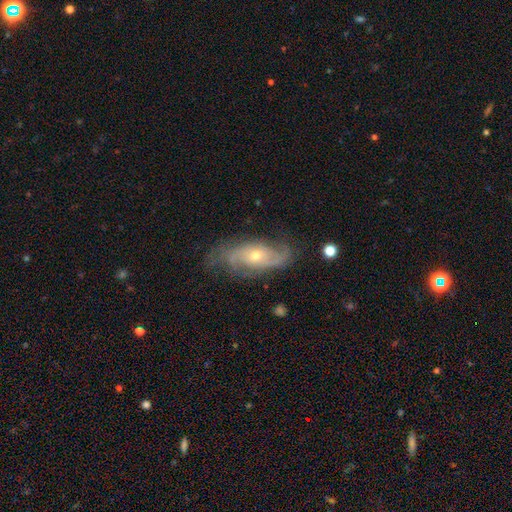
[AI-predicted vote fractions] Smooth or featured? Predicted: featured or disk (p=0.80). Edge-on disk? Predicted: no (p=0.90). Bar? Predicted: no (p=0.70). Spiral arms? Predicted: yes (p=0.92). Spiral winding? Predicted: medium (p=0.41). Spiral arm count? Predicted: 2 (p=0.52). Bulge size? Predicted: small (p=0.50). Merging? Predicted: none (p=0.70).